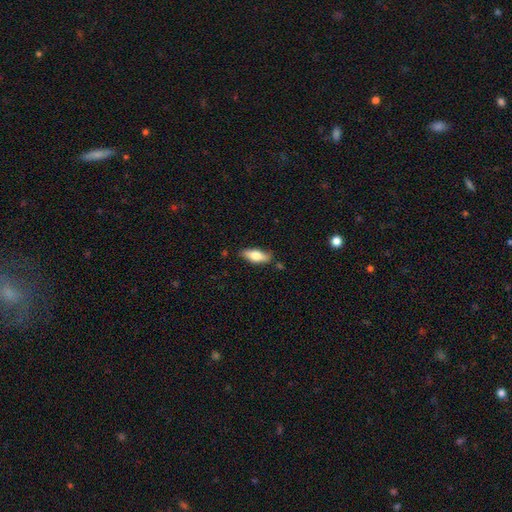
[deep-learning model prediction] Smooth or featured?
  - smooth: 69% *
  - featured or disk: 25%
  - star or artifact: 6%
How rounded?
  - in between: 68% *
  - cigar-shaped: 29%
  - round: 3%
Merging?
  - none: 78% *
  - minor disturbance: 16%
  - major disturbance: 3%
  - merger: 3%